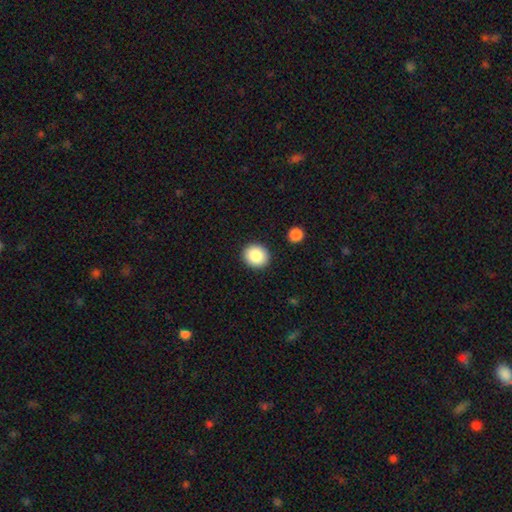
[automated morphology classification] A smooth galaxy with no disk features (87%) that is round (85%).

Vote fractions:
- Smooth or featured? smooth: 87% / star or artifact: 8% / featured or disk: 5%
- How rounded? round: 85% / in between: 15% / cigar-shaped: 1%
- Merging? none: 90% / minor disturbance: 6% / major disturbance: 2% / merger: 2%